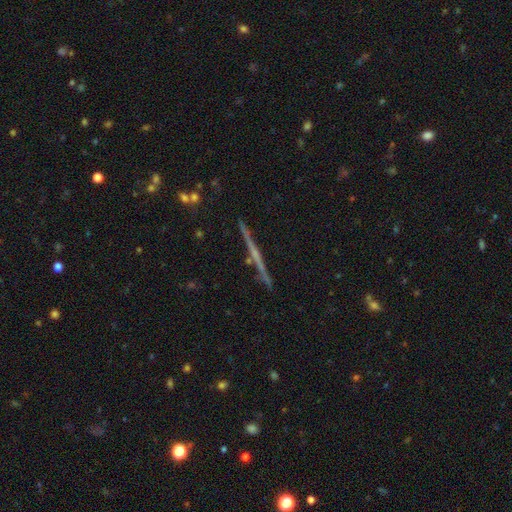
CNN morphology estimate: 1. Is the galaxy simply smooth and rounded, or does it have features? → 72% featured or disk, 20% smooth, 8% star or artifact.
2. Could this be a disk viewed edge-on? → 98% yes, 2% no.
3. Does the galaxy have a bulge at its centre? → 65% none, 28% rounded, 7% boxy.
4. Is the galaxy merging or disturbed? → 89% none, 7% minor disturbance, 2% merger, 2% major disturbance.